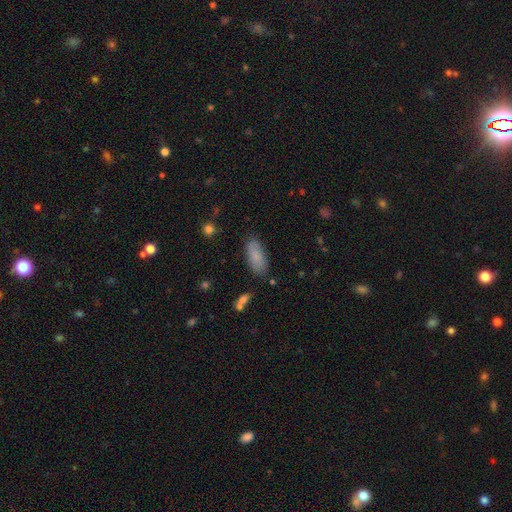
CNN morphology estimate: smooth 80%, featured or disk 13%, star or artifact 7%. Down the decision tree: how rounded — in between (84%); merging — none (81%).